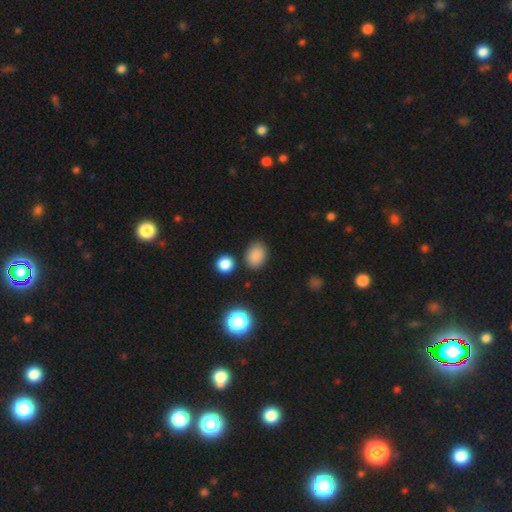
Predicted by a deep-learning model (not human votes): The model was most divided on "how rounded": in between: 69%, round: 30%, cigar-shaped: 1%. More confident: smooth or featured — smooth (85%); merging — none (82%).